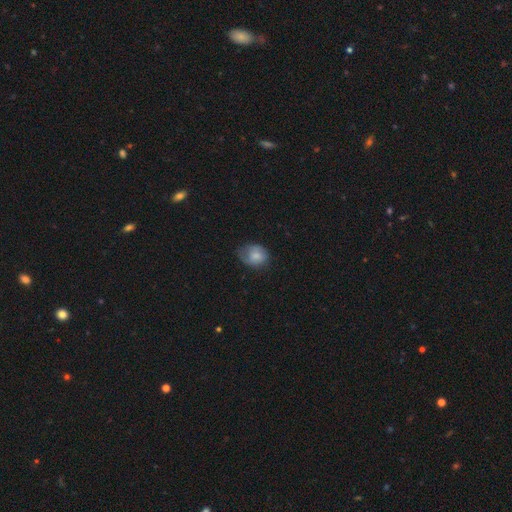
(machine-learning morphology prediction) smooth-or-featured: smooth: 74% | featured or disk: 18% | star or artifact: 8%
  how-rounded: in between: 54% | round: 45% | cigar-shaped: 1%
  merging: none: 49% | minor disturbance: 34% | major disturbance: 16% | merger: 1%